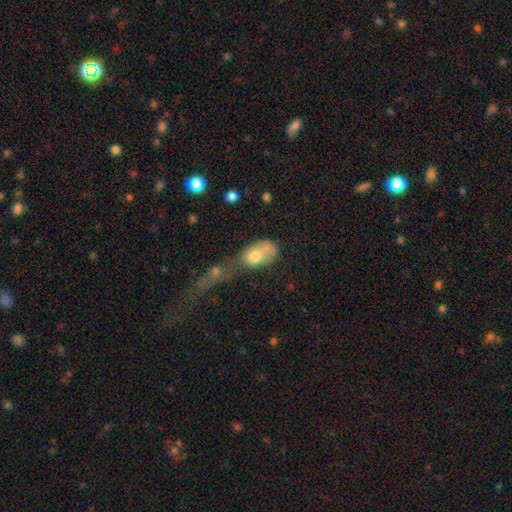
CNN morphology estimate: Smooth or featured? Predicted: smooth (p=0.71). How rounded? Predicted: in between (p=0.84). Merging? Predicted: merger (p=0.46).